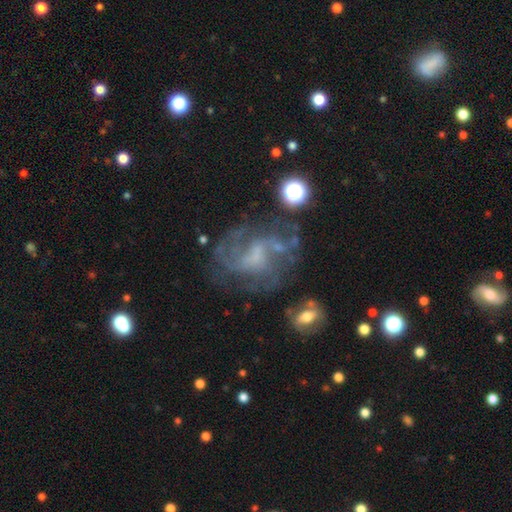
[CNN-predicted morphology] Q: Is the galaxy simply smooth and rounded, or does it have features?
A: featured or disk — 72%.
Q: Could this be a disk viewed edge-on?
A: no — 97%.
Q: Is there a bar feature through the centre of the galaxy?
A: no — 51%.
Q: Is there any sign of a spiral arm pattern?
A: yes — 78%.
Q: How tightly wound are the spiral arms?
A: medium — 44%.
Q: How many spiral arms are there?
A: can't tell — 40%.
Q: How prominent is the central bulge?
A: none — 49%.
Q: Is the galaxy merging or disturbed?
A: none — 53%.